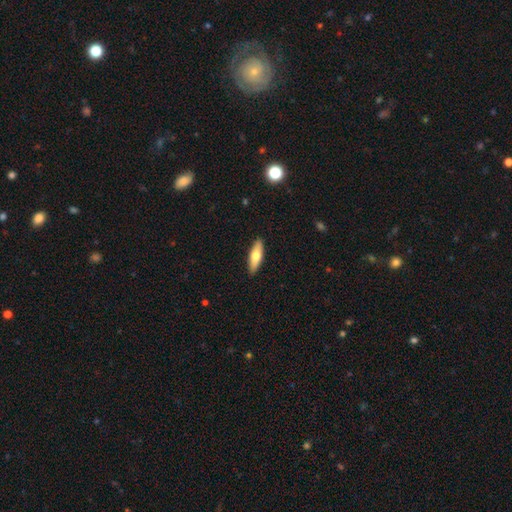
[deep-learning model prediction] Smooth or featured?
  - smooth: 66% *
  - featured or disk: 28%
  - star or artifact: 5%
How rounded?
  - cigar-shaped: 52% *
  - in between: 46%
  - round: 2%
Merging?
  - none: 90% *
  - minor disturbance: 7%
  - major disturbance: 2%
  - merger: 1%